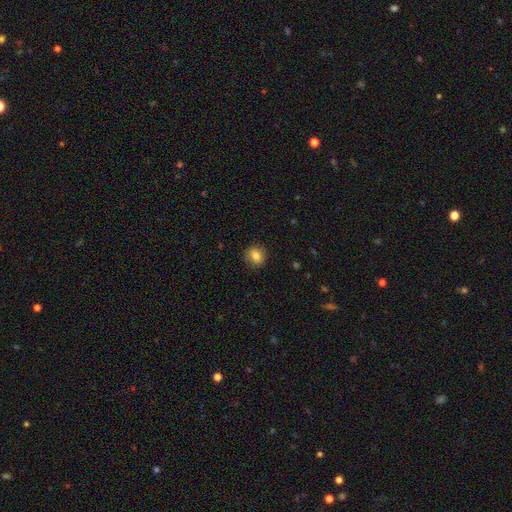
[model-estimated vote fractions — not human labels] Overall: smooth (82%). How rounded: round (76%). Merging: none (88%).